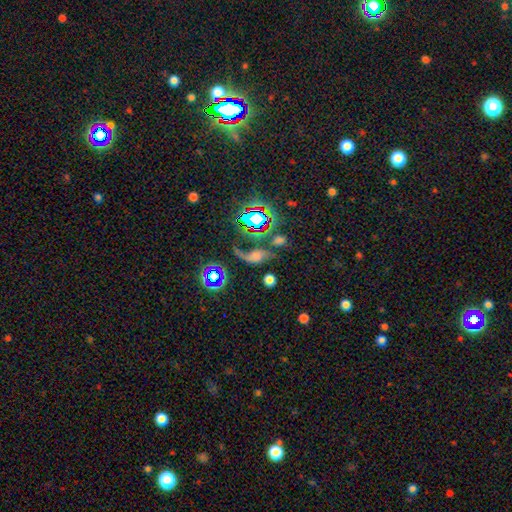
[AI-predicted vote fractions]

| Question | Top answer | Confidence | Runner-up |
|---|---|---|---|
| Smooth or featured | featured or disk | 41% | smooth (31%) |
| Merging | none | 35% | major disturbance (29%) |